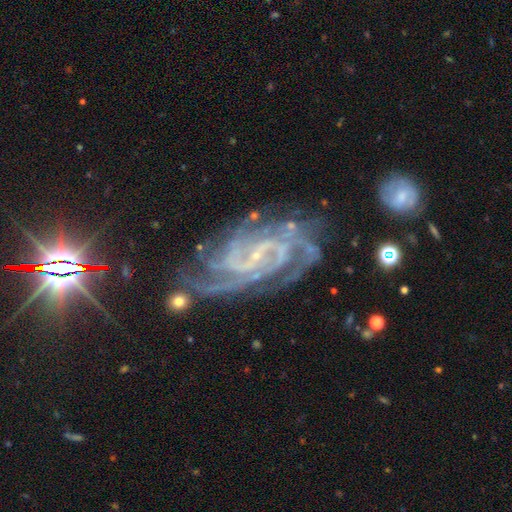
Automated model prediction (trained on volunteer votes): Morphology: type=featured or disk (90%); edge-on=no (97%); bar=weak (42%); spiral arms=yes (99%); winding=tight (57%); arm count=3 (24%); bulge=small (81%); merging=none (64%).